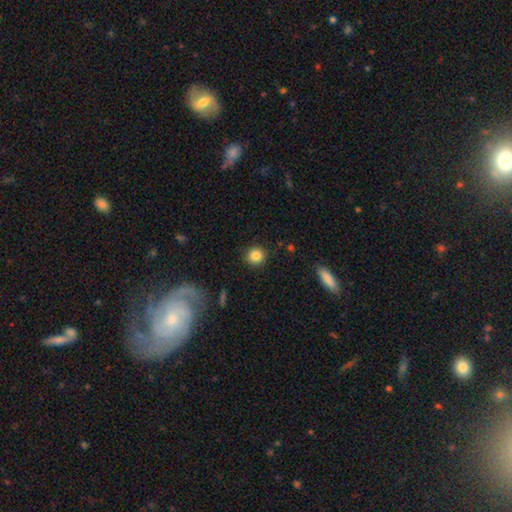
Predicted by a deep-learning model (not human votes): Morphology: type=smooth (85%); roundness=round (90%); merging=none (90%).